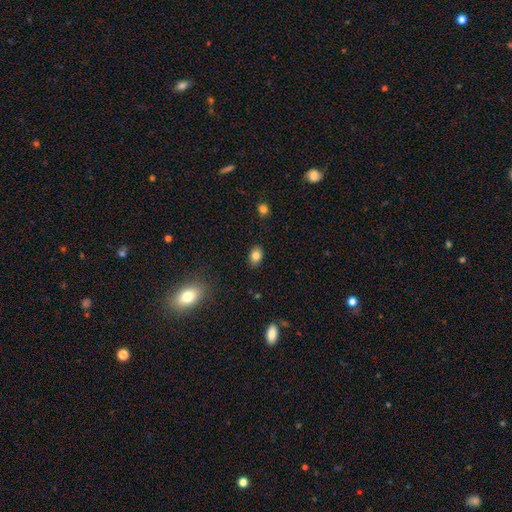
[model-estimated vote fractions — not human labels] Smooth or featured?
  - smooth: 83% *
  - star or artifact: 10%
  - featured or disk: 7%
How rounded?
  - in between: 75% *
  - round: 24%
  - cigar-shaped: 1%
Merging?
  - none: 86% *
  - minor disturbance: 10%
  - major disturbance: 2%
  - merger: 1%